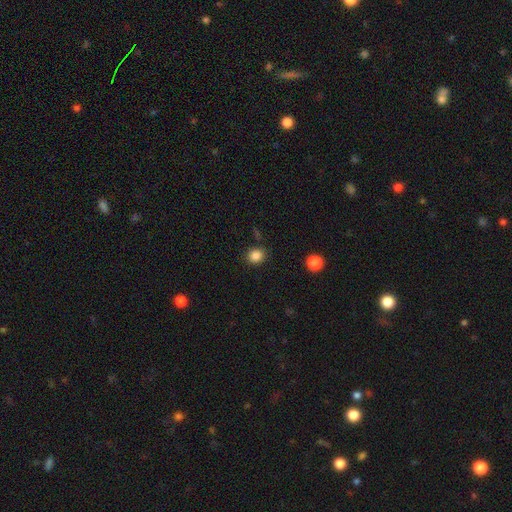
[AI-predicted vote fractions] Overall: smooth (85%). How rounded: round (82%). Merging: none (87%).